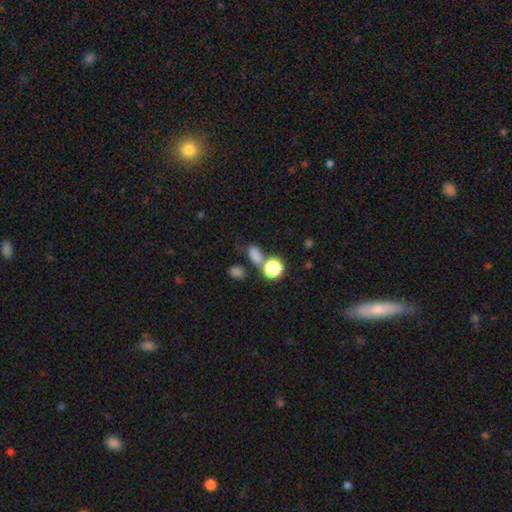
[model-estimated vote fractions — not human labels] Smooth or featured? Predicted: smooth (p=0.75). How rounded? Predicted: in between (p=0.66). Merging? Predicted: none (p=0.55).